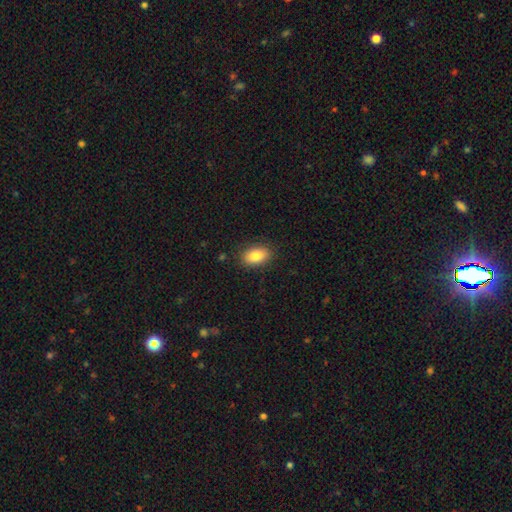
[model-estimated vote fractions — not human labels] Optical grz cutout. It shows a smooth galaxy with no disk features (86%) that is in between round and cigar-shaped (90%). Merging: none (87%).